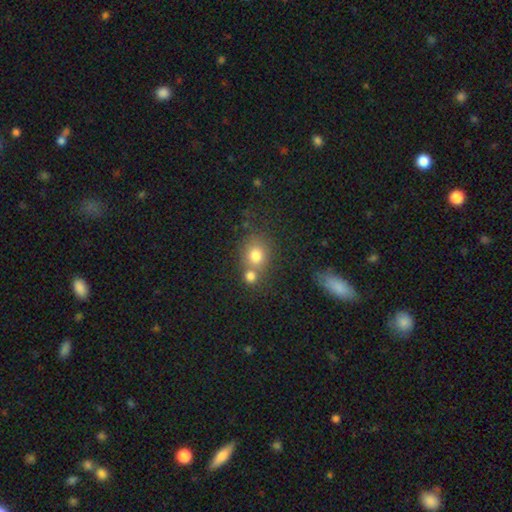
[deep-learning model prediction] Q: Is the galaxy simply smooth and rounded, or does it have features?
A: smooth — 77%.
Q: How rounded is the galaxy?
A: round — 73%.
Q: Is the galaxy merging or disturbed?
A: none — 49%.